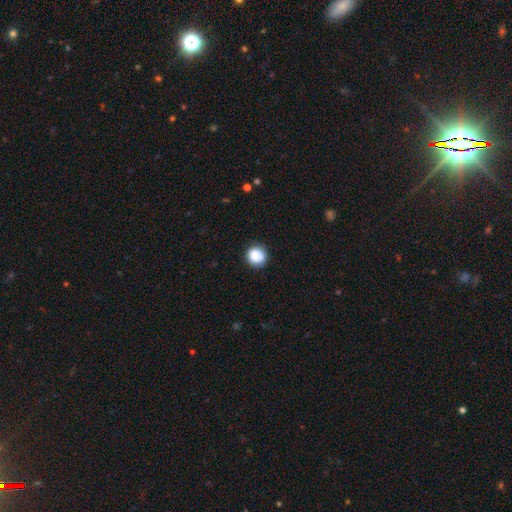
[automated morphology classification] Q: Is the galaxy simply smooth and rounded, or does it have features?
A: smooth — 84%.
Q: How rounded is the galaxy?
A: round — 89%.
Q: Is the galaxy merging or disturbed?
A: none — 83%.